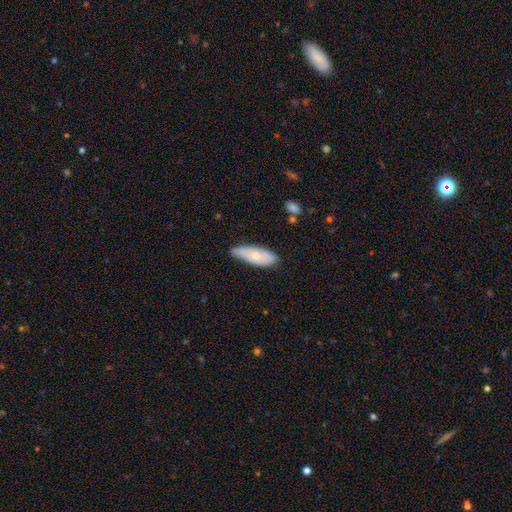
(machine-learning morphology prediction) Smooth or featured?
  - smooth: 64% *
  - featured or disk: 30%
  - star or artifact: 6%
How rounded?
  - in between: 70% *
  - cigar-shaped: 28%
  - round: 2%
Merging?
  - none: 62% *
  - minor disturbance: 31%
  - major disturbance: 5%
  - merger: 2%